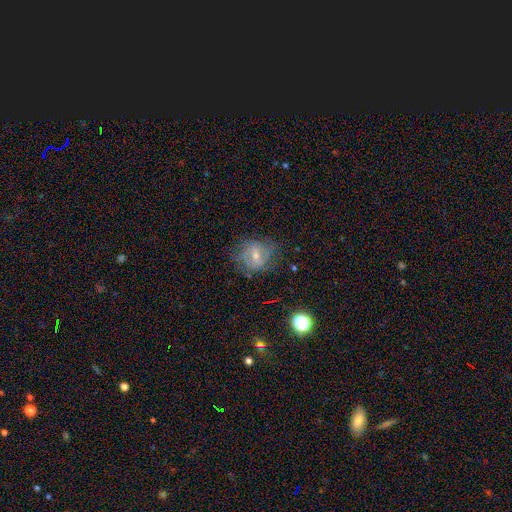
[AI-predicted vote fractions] A featured or disk galaxy (60%) with a weak bar (52%), spiral arms (70%) and a small central bulge (54%).

Vote fractions:
- Smooth or featured? featured or disk: 60% / smooth: 31% / star or artifact: 9%
- Edge-on disk? no: 96% / yes: 4%
- Bar? weak: 52% / strong: 25% / no: 22%
- Spiral arms? yes: 70% / no: 30%
- Bulge size? small: 54% / moderate: 40% / none: 3% / large: 2% / dominant: 1%
- Merging? none: 61% / minor disturbance: 23% / major disturbance: 14% / merger: 2%